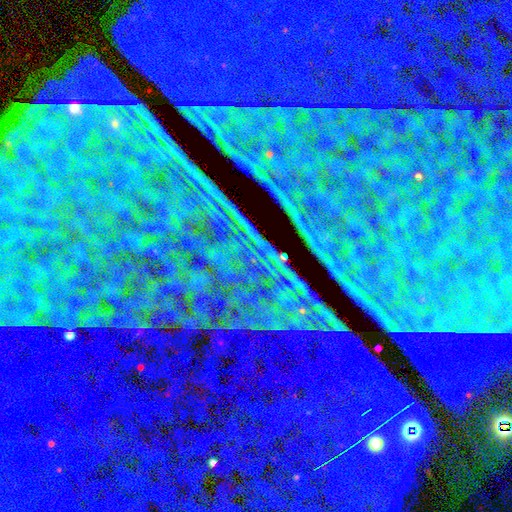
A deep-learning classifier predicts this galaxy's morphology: A star or artifact, not a galaxy (86%).